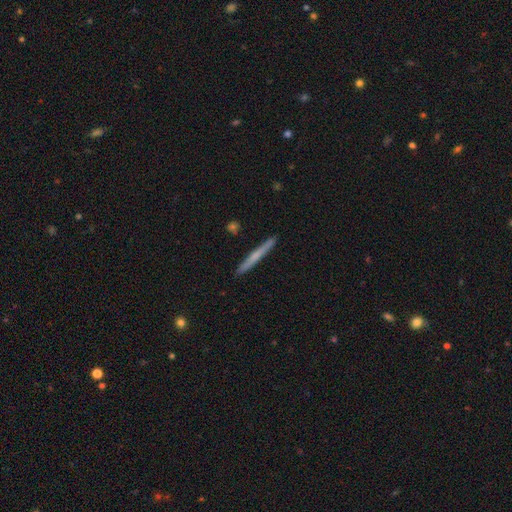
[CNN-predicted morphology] smooth-or-featured: smooth: 51% | featured or disk: 43% | star or artifact: 6%
  how-rounded: cigar-shaped: 97% | in between: 2% | round: 1%
  merging: none: 91% | minor disturbance: 6% | merger: 1% | major disturbance: 1%